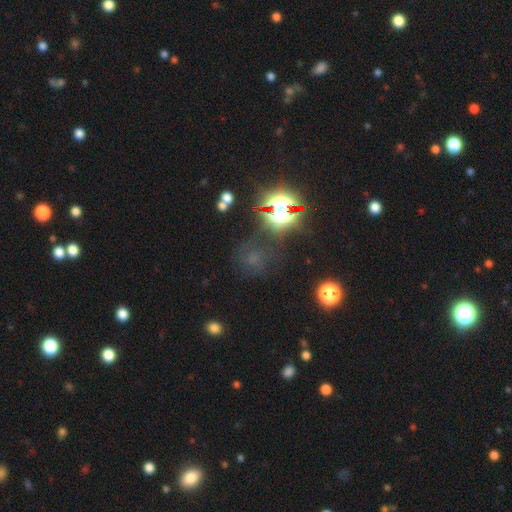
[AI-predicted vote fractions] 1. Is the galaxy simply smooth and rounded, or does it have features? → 68% star or artifact, 23% smooth, 8% featured or disk.